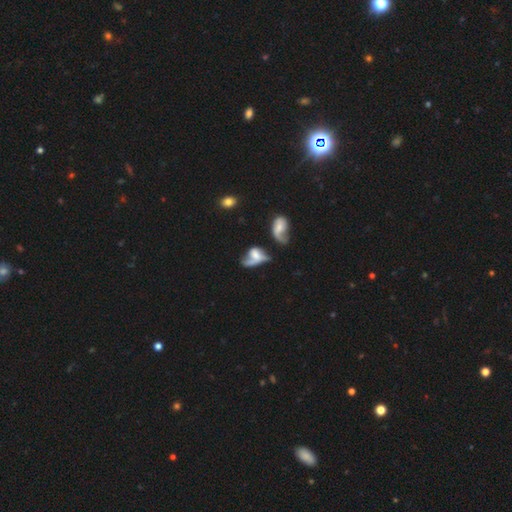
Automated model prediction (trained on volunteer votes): smooth_or_featured: featured or disk (p=0.60) [alt: smooth p=0.30]
disk_edge_on: no (p=0.94) [alt: yes p=0.06]
bar: no (p=0.60) [alt: weak p=0.29]
has_spiral_arms: yes (p=0.69) [alt: no p=0.31]
bulge_size: none (p=0.31) [alt: moderate p=0.25]
merging: major disturbance (p=0.36) [alt: merger p=0.24]